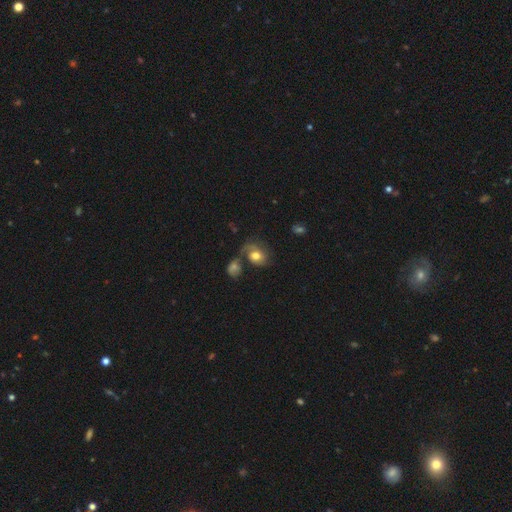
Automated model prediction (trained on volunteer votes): Smooth or featured?
  - featured or disk: 49% *
  - smooth: 43%
  - star or artifact: 9%
Merging?
  - merger: 34% *
  - none: 32%
  - major disturbance: 19%
  - minor disturbance: 15%